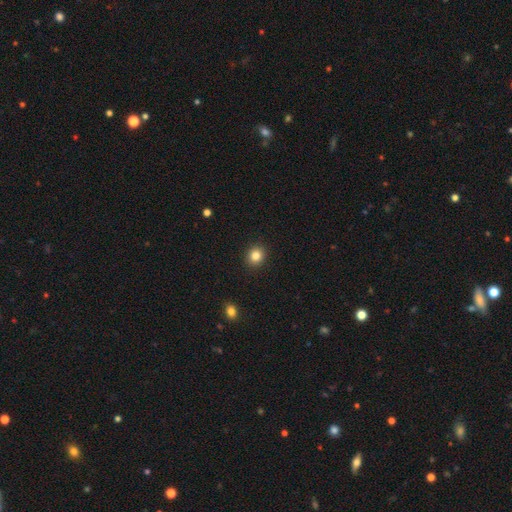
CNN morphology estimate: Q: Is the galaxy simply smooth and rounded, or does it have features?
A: smooth — 84%.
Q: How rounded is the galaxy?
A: round — 81%.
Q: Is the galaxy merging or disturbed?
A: none — 92%.